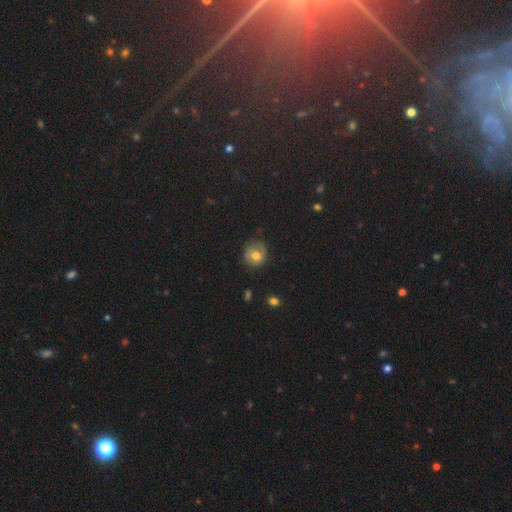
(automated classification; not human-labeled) The model was most divided on "merging": none: 69%, minor disturbance: 23%, major disturbance: 6%, merger: 2%. More confident: how rounded — round (79%); smooth or featured — smooth (68%).